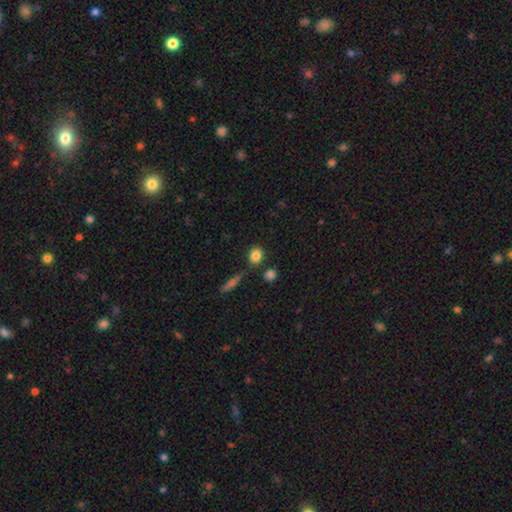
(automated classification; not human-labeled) smooth_or_featured: smooth (p=0.84) [alt: star or artifact p=0.10]
how_rounded: round (p=0.67) [alt: in between p=0.30]
merging: none (p=0.77) [alt: merger p=0.10]